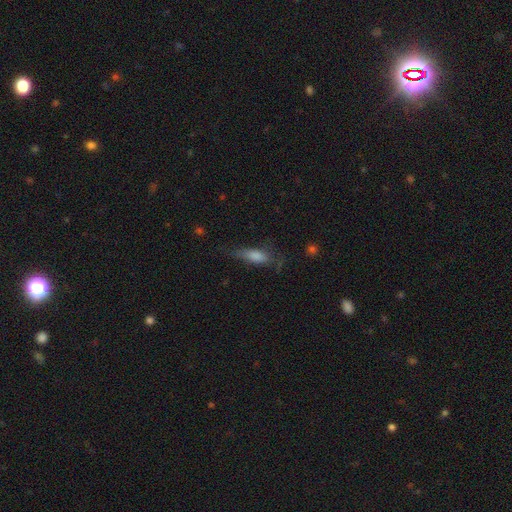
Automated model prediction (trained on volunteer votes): smooth_or_featured: smooth (p=0.64) [alt: featured or disk p=0.25]
how_rounded: in between (p=0.50) [alt: cigar-shaped p=0.46]
merging: none (p=0.53) [alt: minor disturbance p=0.28]